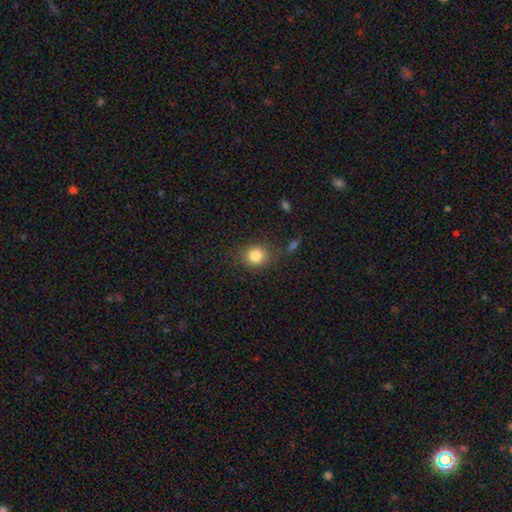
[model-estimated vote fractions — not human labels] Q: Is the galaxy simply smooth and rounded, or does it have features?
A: smooth — 85%.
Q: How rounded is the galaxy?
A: round — 80%.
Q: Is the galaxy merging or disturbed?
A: none — 81%.